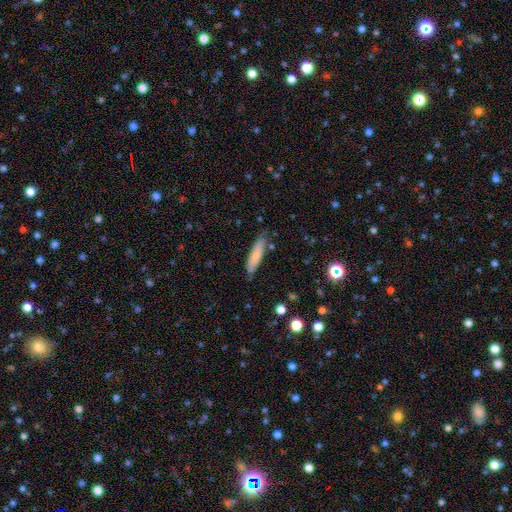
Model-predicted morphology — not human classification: A smooth galaxy with no disk features (77%) that is cigar-shaped (76%).

Vote fractions:
- Smooth or featured? smooth: 77% / featured or disk: 16% / star or artifact: 7%
- How rounded? cigar-shaped: 76% / in between: 22% / round: 1%
- Merging? none: 80% / minor disturbance: 16% / major disturbance: 3% / merger: 2%